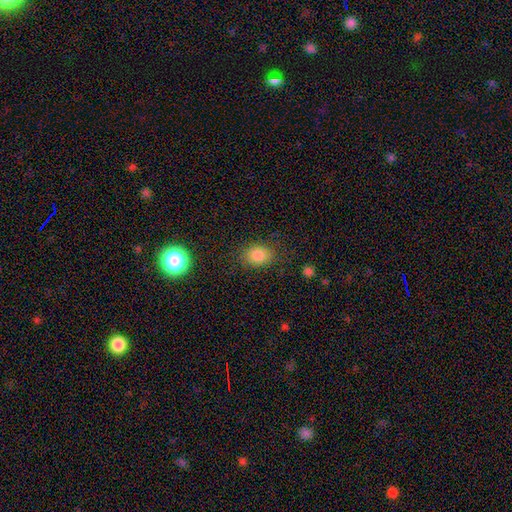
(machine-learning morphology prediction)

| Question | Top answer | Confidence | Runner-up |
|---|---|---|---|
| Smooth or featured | smooth | 79% | star or artifact (15%) |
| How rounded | in between | 52% | round (47%) |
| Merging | none | 85% | minor disturbance (10%) |